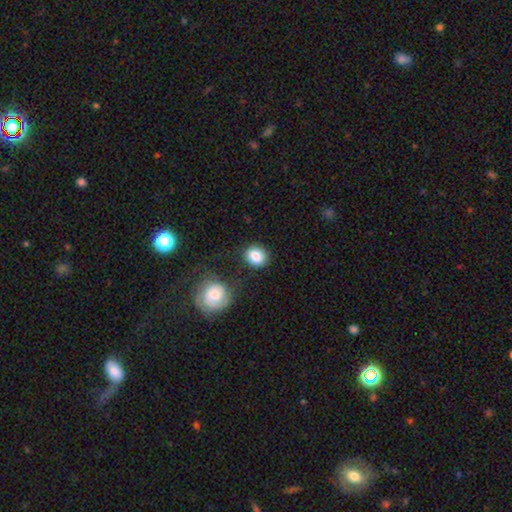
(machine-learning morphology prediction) This is clearly a smooth galaxy (85%). How rounded: likely round (63%). Merging: likely none (75%).